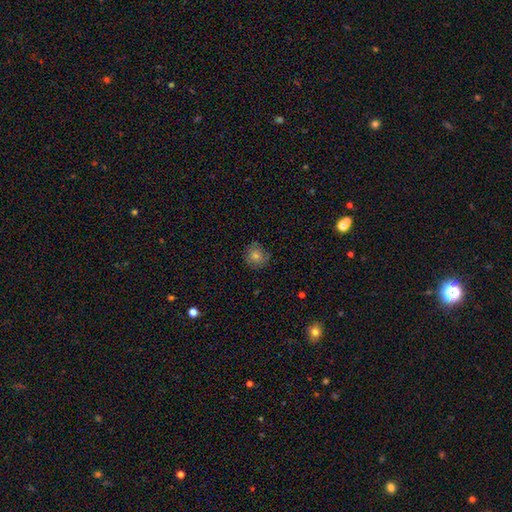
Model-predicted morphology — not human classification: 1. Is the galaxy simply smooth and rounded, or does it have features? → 57% smooth, 22% featured or disk, 21% star or artifact.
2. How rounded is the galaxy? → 89% round, 10% in between, 1% cigar-shaped.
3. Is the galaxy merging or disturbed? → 80% none, 14% minor disturbance, 4% major disturbance, 1% merger.